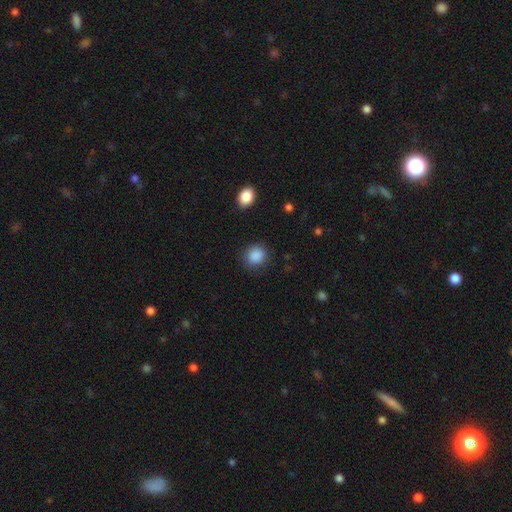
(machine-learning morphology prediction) Smooth or featured?
  - smooth: 88% *
  - star or artifact: 9%
  - featured or disk: 3%
How rounded?
  - round: 83% *
  - in between: 16%
  - cigar-shaped: 1%
Merging?
  - none: 85% *
  - minor disturbance: 10%
  - major disturbance: 3%
  - merger: 1%